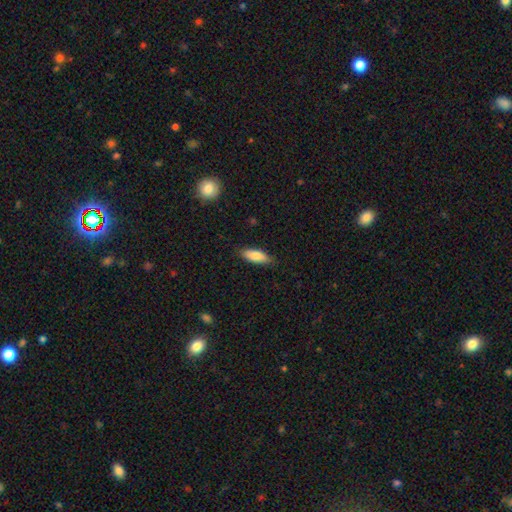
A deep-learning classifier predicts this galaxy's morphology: This is clearly a smooth galaxy (83%). How rounded: likely in between (71%). Merging: clearly none (83%).